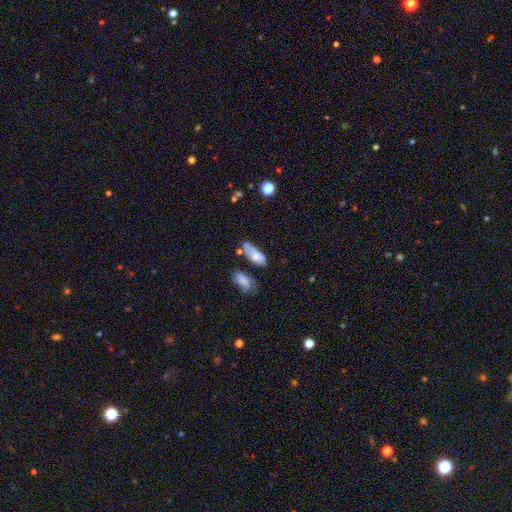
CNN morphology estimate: A smooth galaxy with no disk features (69%) that is in between round and cigar-shaped (75%). Merging: none (37%).